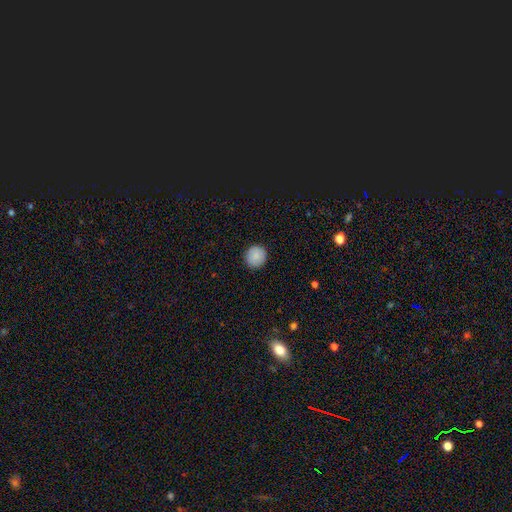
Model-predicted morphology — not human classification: type=smooth (87%); roundness=round (94%); merging=none (92%).